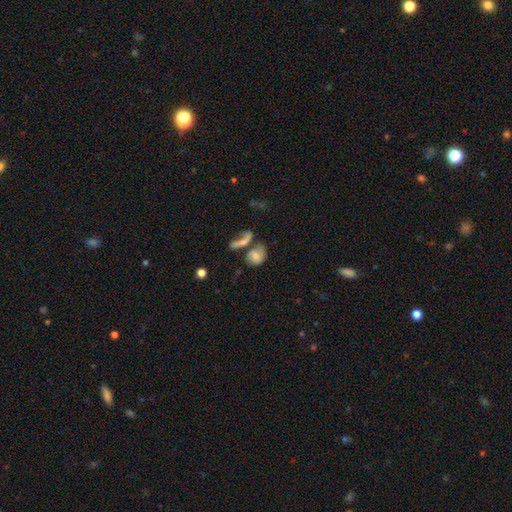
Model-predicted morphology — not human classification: smooth-or-featured: smooth: 64% | featured or disk: 25% | star or artifact: 11%
  how-rounded: in between: 59% | round: 37% | cigar-shaped: 4%
  merging: merger: 38% | none: 35% | minor disturbance: 15% | major disturbance: 12%